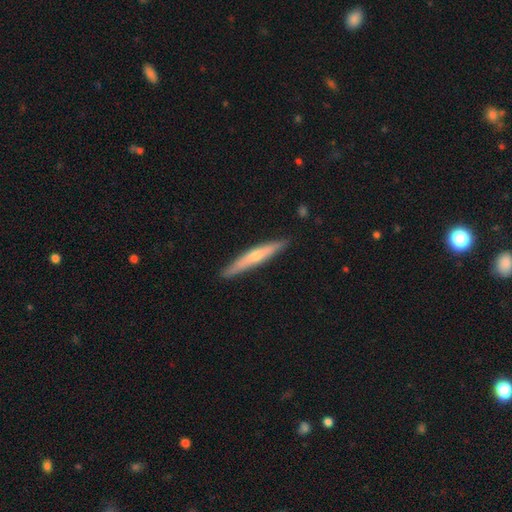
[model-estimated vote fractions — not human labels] This appears to be a smooth galaxy with no disk features (48%). Merging: none (89%).